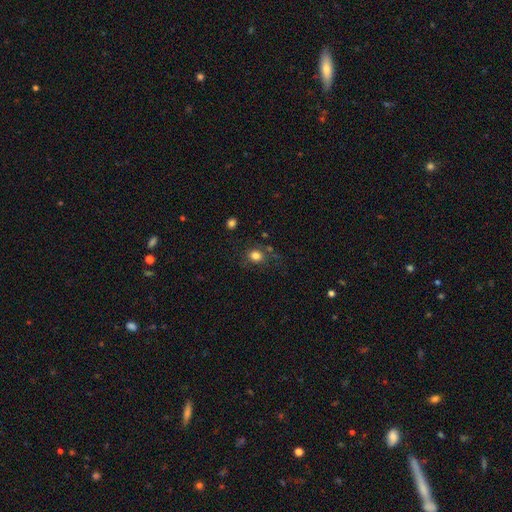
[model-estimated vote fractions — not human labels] smooth_or_featured: smooth (p=0.80) [alt: star or artifact p=0.12]
how_rounded: round (p=0.67) [alt: in between p=0.32]
merging: none (p=0.73) [alt: minor disturbance p=0.15]